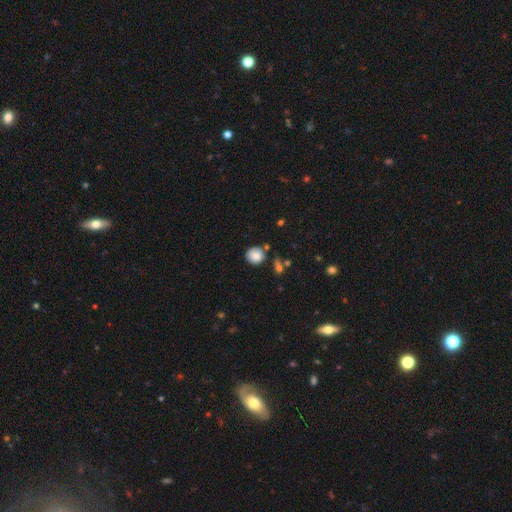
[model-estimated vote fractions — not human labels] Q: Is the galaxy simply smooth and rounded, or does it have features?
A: smooth — 83%.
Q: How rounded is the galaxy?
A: round — 87%.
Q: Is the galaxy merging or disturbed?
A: none — 75%.